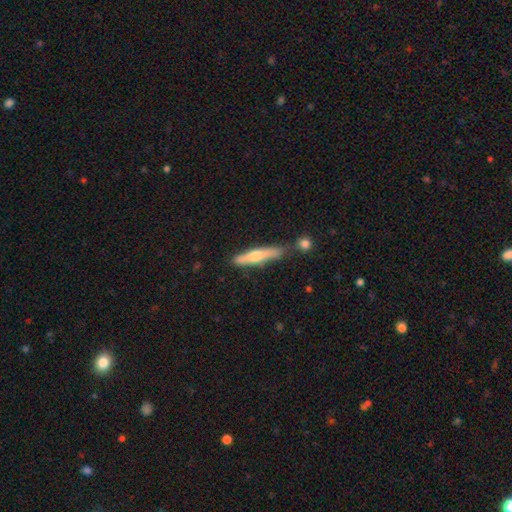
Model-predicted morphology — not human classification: Q: Smooth or featured?
A: featured or disk (55%); runner-up: smooth (38%)
Q: Edge-on disk?
A: yes (91%); runner-up: no (9%)
Q: Merging?
A: none (72%); runner-up: minor disturbance (15%)